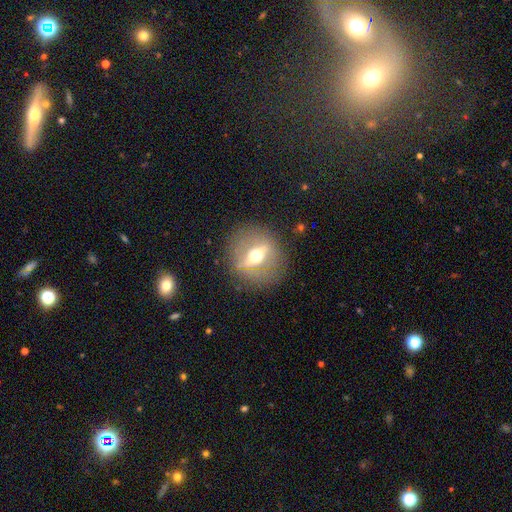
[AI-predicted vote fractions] smooth_or_featured: featured or disk (p=0.73) [alt: smooth p=0.19]
disk_edge_on: no (p=0.53) [alt: yes p=0.47]
merging: none (p=0.84) [alt: minor disturbance p=0.09]